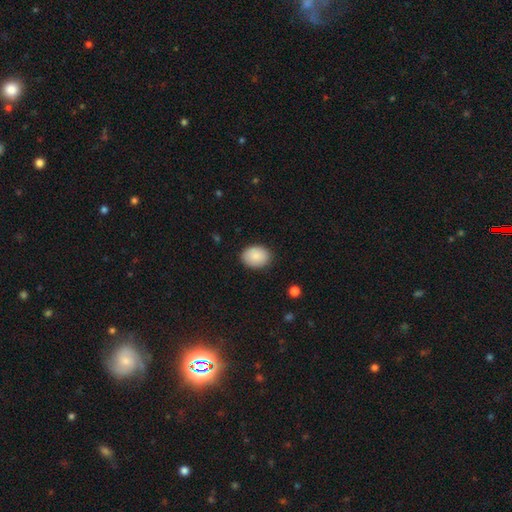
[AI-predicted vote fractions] Q: Smooth or featured?
A: smooth (88%); runner-up: star or artifact (7%)
Q: How rounded?
A: in between (66%); runner-up: round (33%)
Q: Merging?
A: none (87%); runner-up: minor disturbance (10%)